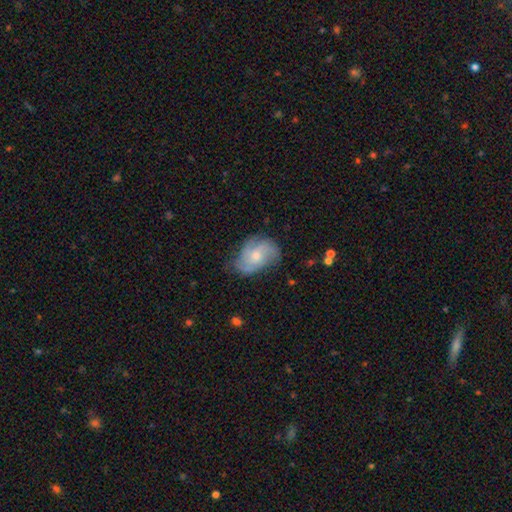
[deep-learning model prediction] This is likely a featured or disk galaxy (68%). It is clearly not viewed edge-on (97%). Bar: likely no (72%). Spiral arm pattern: clearly yes (89%). Spiral arm count: marginally 3 (33%). Spiral winding: possibly medium (45%). Central bulge: possibly moderate (51%). Merging: likely none (63%).